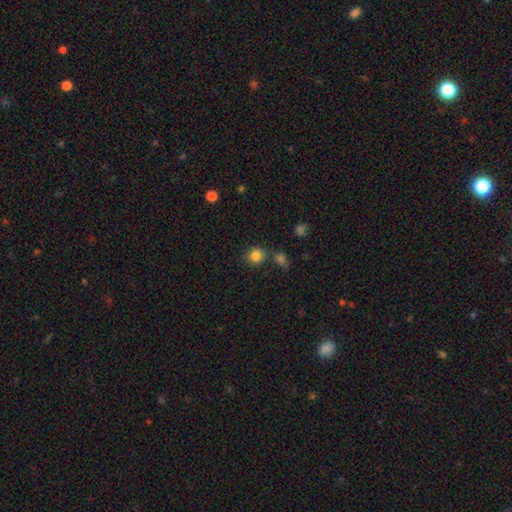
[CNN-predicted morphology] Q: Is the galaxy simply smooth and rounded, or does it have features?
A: smooth — 83%.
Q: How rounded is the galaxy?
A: round — 79%.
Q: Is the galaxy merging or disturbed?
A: none — 73%.